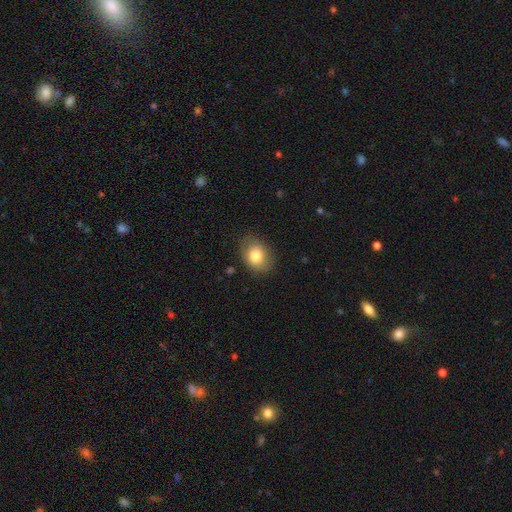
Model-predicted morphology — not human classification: Smooth or featured?
  - smooth: 81% *
  - featured or disk: 10%
  - star or artifact: 9%
How rounded?
  - in between: 63% *
  - round: 36%
  - cigar-shaped: 1%
Merging?
  - none: 82% *
  - minor disturbance: 14%
  - major disturbance: 3%
  - merger: 1%